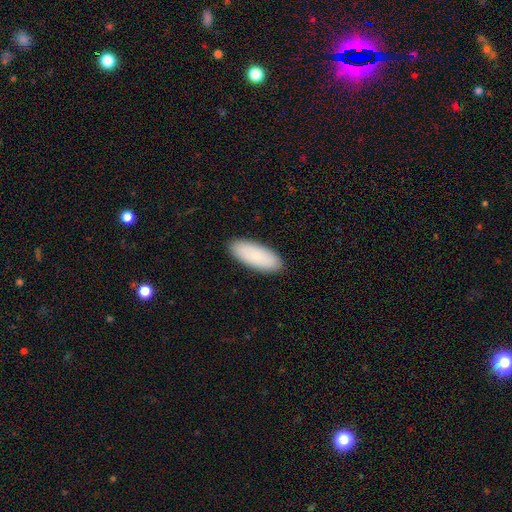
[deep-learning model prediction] A smooth galaxy with no disk features (82%) that is in between round and cigar-shaped (79%). Merging: none (90%).